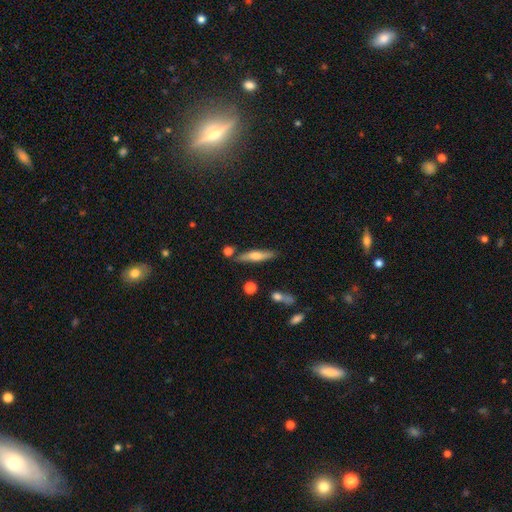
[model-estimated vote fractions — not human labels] Smooth or featured? smooth (51%)
How rounded? cigar-shaped (81%)
Merging? none (77%)